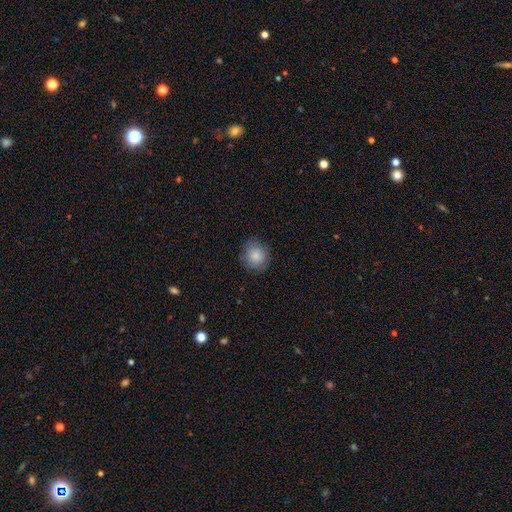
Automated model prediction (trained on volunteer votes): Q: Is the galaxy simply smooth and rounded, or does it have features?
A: smooth — 83%.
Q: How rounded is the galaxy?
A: round — 87%.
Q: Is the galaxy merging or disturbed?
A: none — 83%.